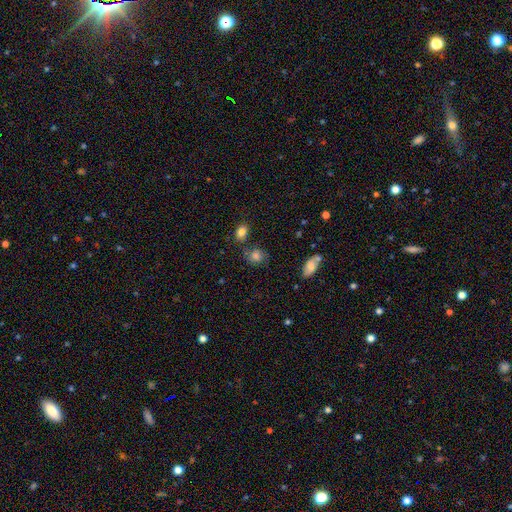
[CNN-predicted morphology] smooth_or_featured: smooth (p=0.77) [alt: star or artifact p=0.12]
how_rounded: round (p=0.63) [alt: in between p=0.35]
merging: none (p=0.66) [alt: minor disturbance p=0.18]